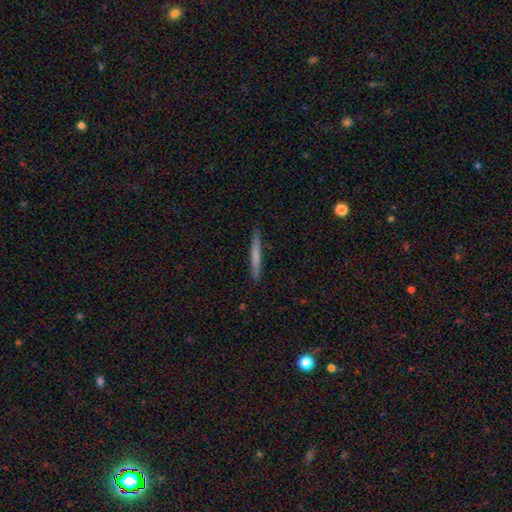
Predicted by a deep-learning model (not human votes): Smooth or featured? Predicted: smooth (p=0.65). How rounded? Predicted: cigar-shaped (p=0.96). Merging? Predicted: none (p=0.88).